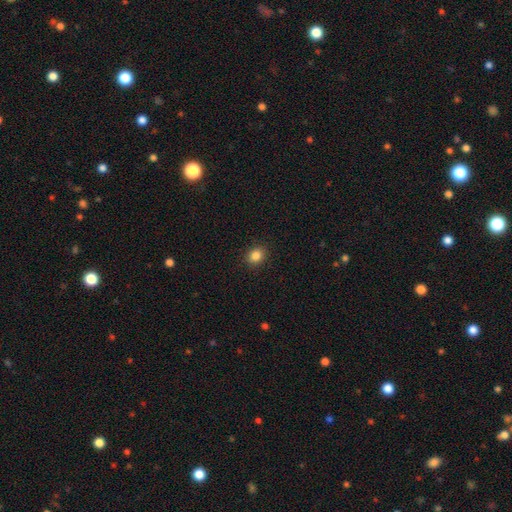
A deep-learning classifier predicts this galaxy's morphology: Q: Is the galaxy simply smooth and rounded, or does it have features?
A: smooth — 85%.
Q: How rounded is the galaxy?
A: round — 65%.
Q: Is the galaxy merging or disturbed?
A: none — 90%.